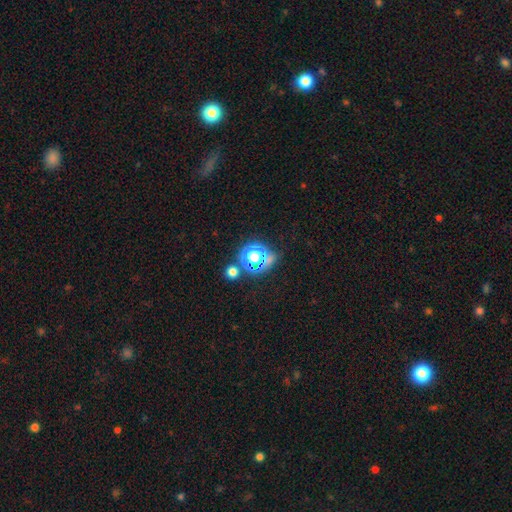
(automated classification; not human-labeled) Overall: star or artifact (44%, tied with smooth).